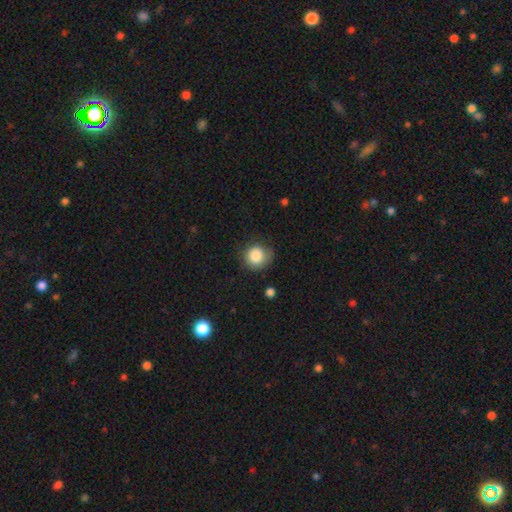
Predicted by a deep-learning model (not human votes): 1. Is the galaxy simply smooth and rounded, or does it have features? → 85% smooth, 9% star or artifact, 6% featured or disk.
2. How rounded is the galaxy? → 87% round, 12% in between, 1% cigar-shaped.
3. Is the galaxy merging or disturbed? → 68% none, 23% minor disturbance, 7% major disturbance, 2% merger.